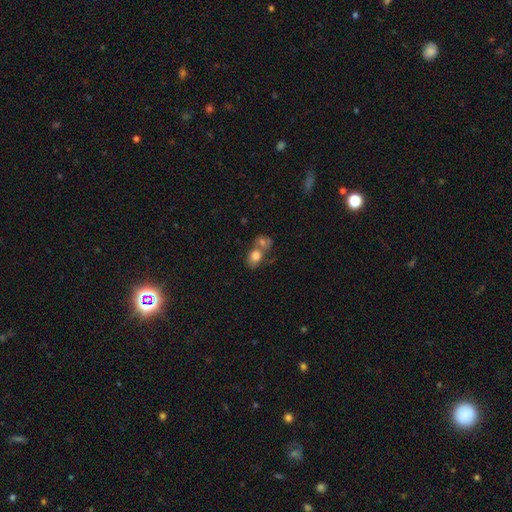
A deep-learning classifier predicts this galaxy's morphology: A smooth galaxy with no disk features (75%) that is in between round and cigar-shaped (56%).

Vote fractions:
- Smooth or featured? smooth: 75% / featured or disk: 16% / star or artifact: 9%
- How rounded? in between: 56% / round: 42% / cigar-shaped: 1%
- Merging? merger: 58% / none: 26% / minor disturbance: 10% / major disturbance: 6%